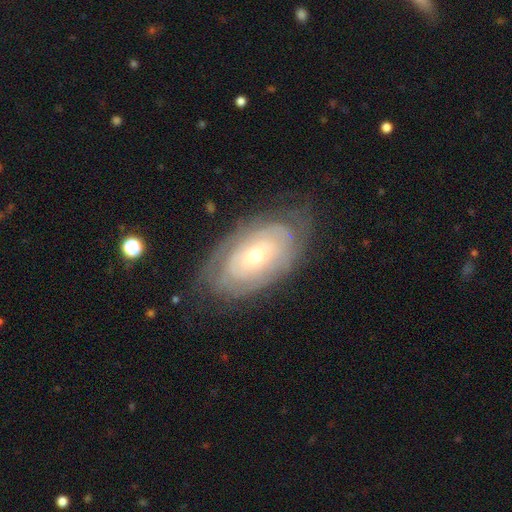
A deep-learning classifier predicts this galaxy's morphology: The model was most divided on "spiral arms": yes: 65%, no: 35%. More confident: edge-on disk — no (93%); bar — no (85%); merging — none (72%); smooth or featured — featured or disk (68%); bulge size — small (64%).